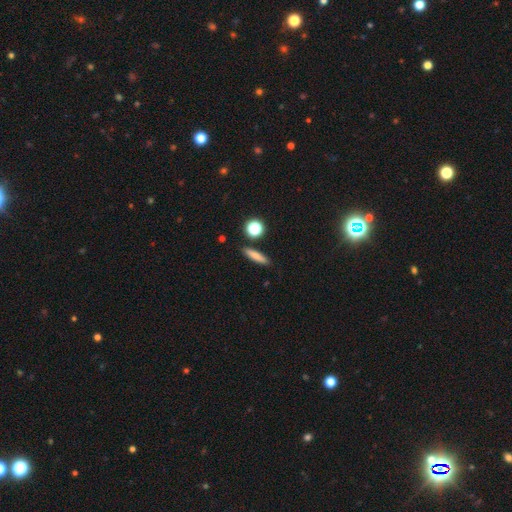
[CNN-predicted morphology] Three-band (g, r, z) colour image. It shows a smooth galaxy with no disk features (76%) that is cigar-shaped (76%). Merging: none (87%).